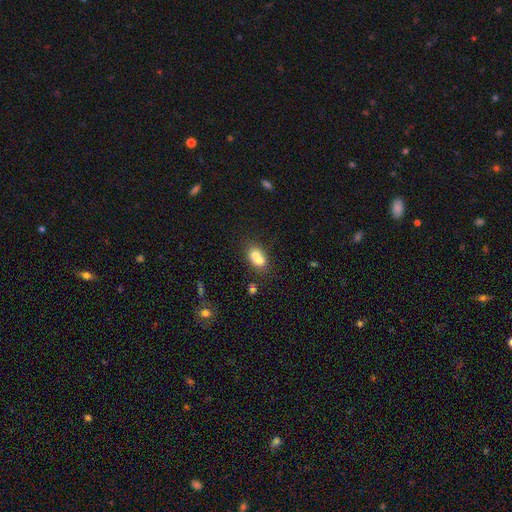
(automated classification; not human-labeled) Smooth or featured? smooth (68%)
How rounded? round (56%)
Merging? merger (66%)